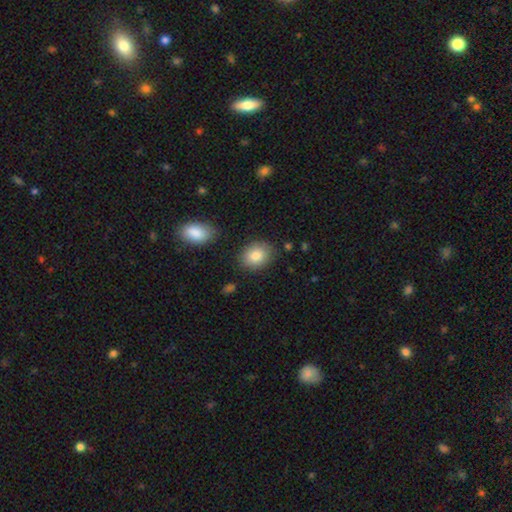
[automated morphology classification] A smooth galaxy with no disk features (84%) that is in between round and cigar-shaped (58%). Merging: none (82%).